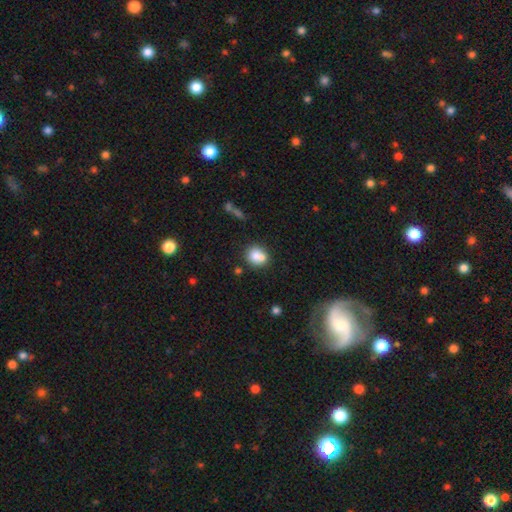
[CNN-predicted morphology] Overall: smooth (77%). How rounded: round (73%). Merging: none (48%; merger 34%).